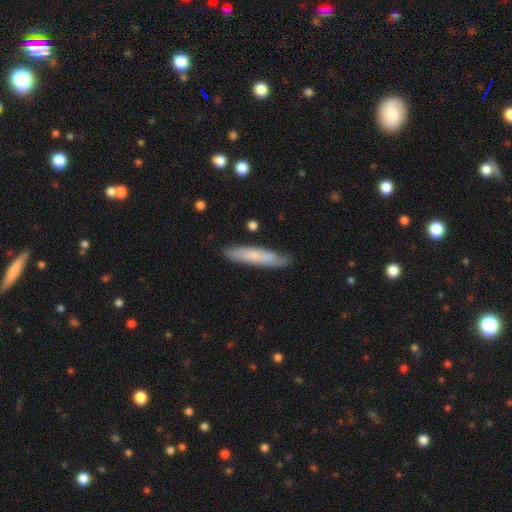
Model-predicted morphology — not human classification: A smooth galaxy with no disk features (67%) that is cigar-shaped (89%). Merging: none (83%).